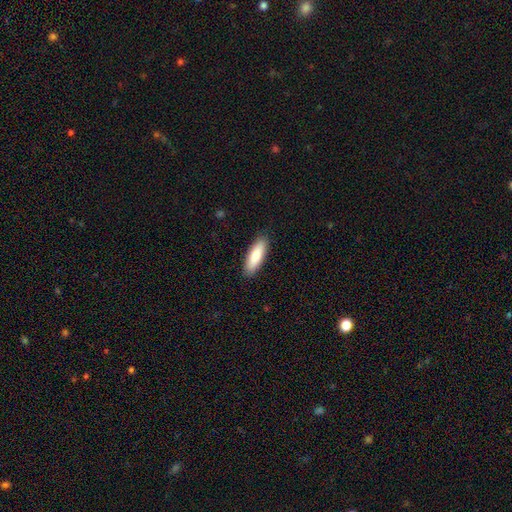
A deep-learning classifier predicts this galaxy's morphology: The model was most divided on "how rounded": in between: 55%, cigar-shaped: 44%, round: 2%. More confident: merging — none (89%); smooth or featured — smooth (82%).